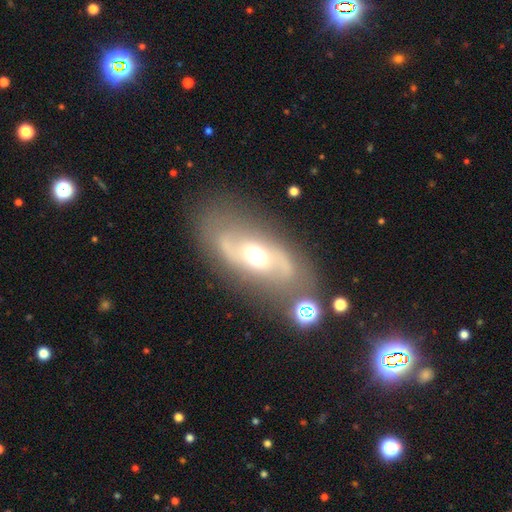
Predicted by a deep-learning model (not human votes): Overall: featured or disk (73%). Edge-on disk: no (90%). Bar: no (54%; weak 33%). Spiral arms: yes (81%). Spiral arm count: 2 (87%). Spiral winding: medium (42%, tied with loose). Bulge size: moderate (64%; large 26%). Merging: none (72%).